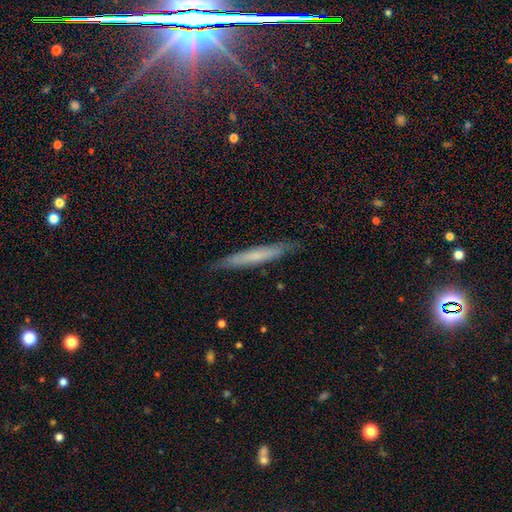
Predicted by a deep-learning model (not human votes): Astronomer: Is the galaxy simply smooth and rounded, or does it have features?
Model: smooth — 53% (runner-up: featured or disk, 40%).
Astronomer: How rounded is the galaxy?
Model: cigar-shaped — 96%.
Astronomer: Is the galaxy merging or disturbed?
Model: none — 86%.